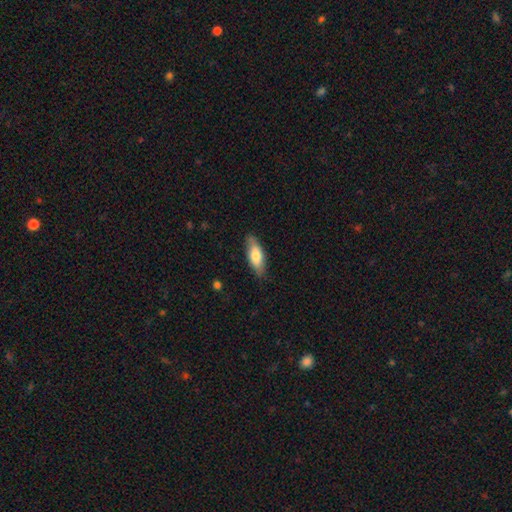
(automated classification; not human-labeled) Morphology: type=smooth (73%); roundness=in between (69%); merging=none (82%).